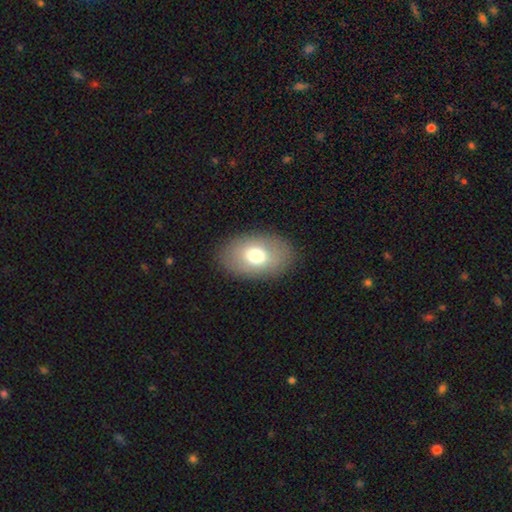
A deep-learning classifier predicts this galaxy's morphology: This appears to be a smooth galaxy with no disk features (71%) that is in between round and cigar-shaped (86%). Merging: none (86%).